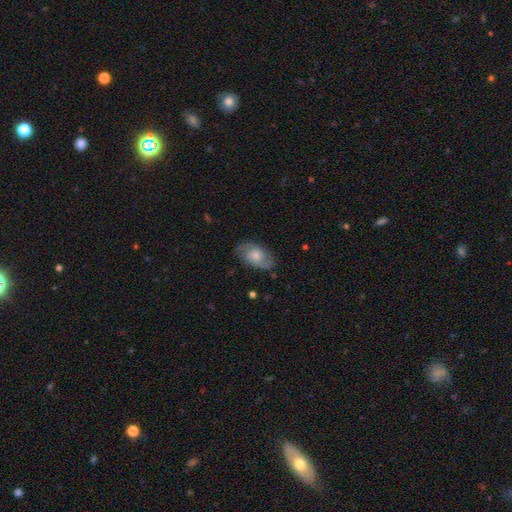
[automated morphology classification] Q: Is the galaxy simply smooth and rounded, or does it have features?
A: featured or disk — 73%.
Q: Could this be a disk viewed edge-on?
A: no — 96%.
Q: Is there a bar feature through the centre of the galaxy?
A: no — 66%.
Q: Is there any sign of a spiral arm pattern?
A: yes — 92%.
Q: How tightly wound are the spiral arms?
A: medium — 50%.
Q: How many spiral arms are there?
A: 2 — 87%.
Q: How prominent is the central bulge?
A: moderate — 48%.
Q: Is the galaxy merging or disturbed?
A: none — 80%.